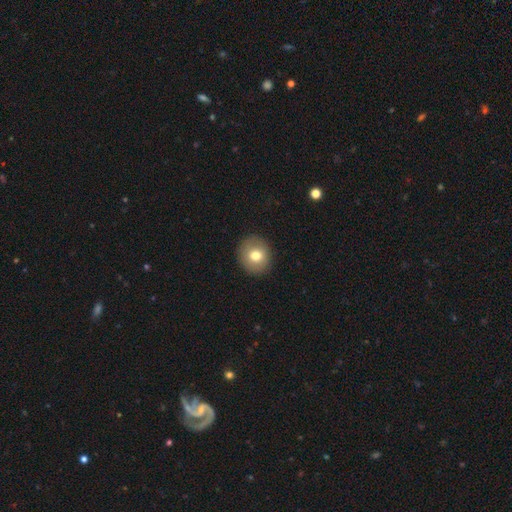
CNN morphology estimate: A smooth galaxy with no disk features (75%) that is round (84%).

Vote fractions:
- Smooth or featured? smooth: 75% / featured or disk: 16% / star or artifact: 9%
- How rounded? round: 84% / in between: 15% / cigar-shaped: 1%
- Merging? none: 90% / minor disturbance: 7% / major disturbance: 2% / merger: 1%